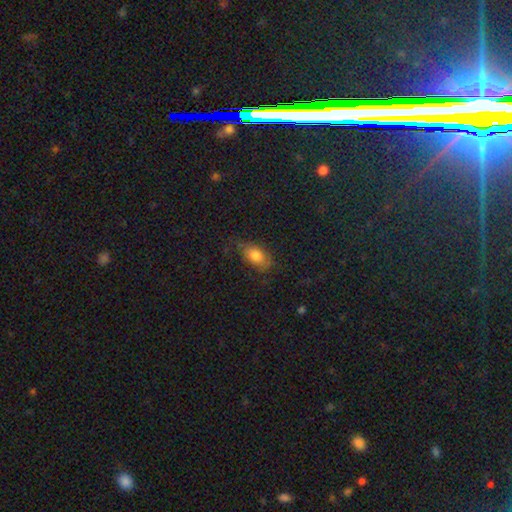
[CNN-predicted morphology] Q: Smooth or featured?
A: smooth (76%); runner-up: featured or disk (14%)
Q: How rounded?
A: in between (87%); runner-up: round (9%)
Q: Merging?
A: none (67%); runner-up: minor disturbance (22%)